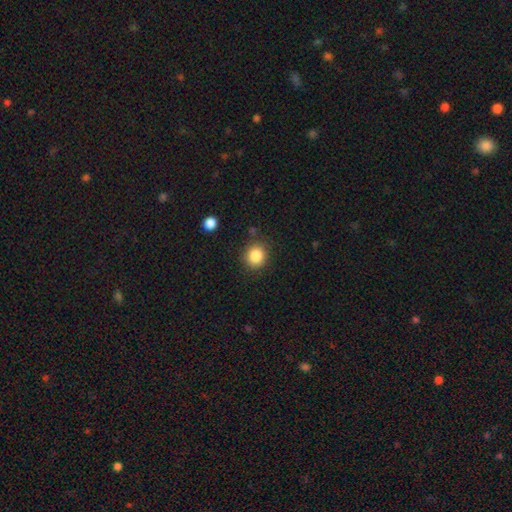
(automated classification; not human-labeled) This is clearly a smooth galaxy (85%). How rounded: clearly round (86%). Merging: clearly none (85%).